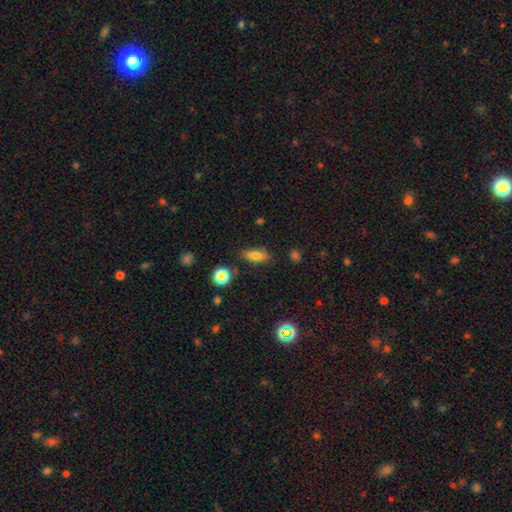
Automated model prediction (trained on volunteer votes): Smooth or featured: smooth — 73% (featured or disk — 17%)
How rounded: in between — 69% (cigar-shaped — 24%)
Merging: none — 79% (minor disturbance — 15%)